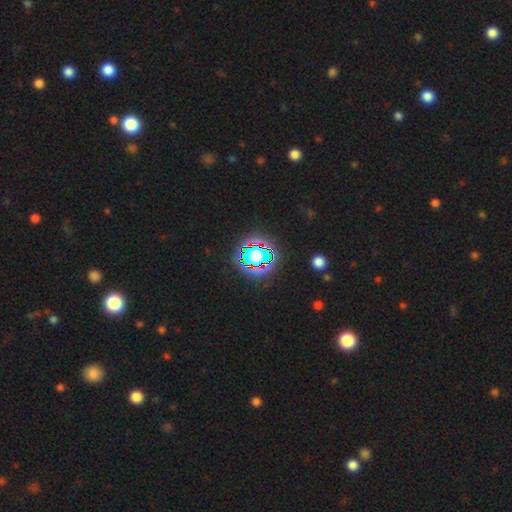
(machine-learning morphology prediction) smooth-or-featured: star or artifact: 64% | smooth: 22% | featured or disk: 14%